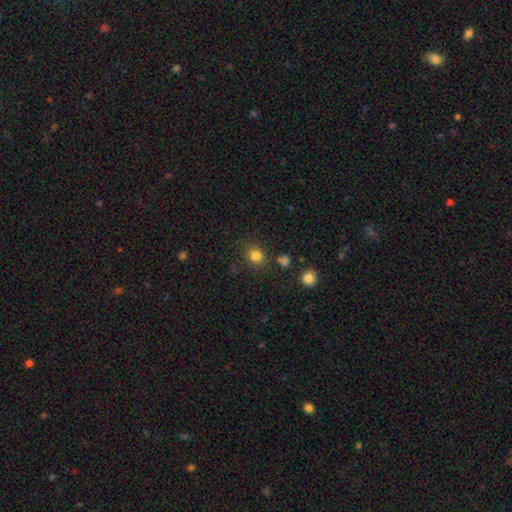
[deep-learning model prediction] smooth_or_featured: smooth (p=0.82) [alt: star or artifact p=0.13]
how_rounded: round (p=0.70) [alt: in between p=0.29]
merging: none (p=0.80) [alt: minor disturbance p=0.11]